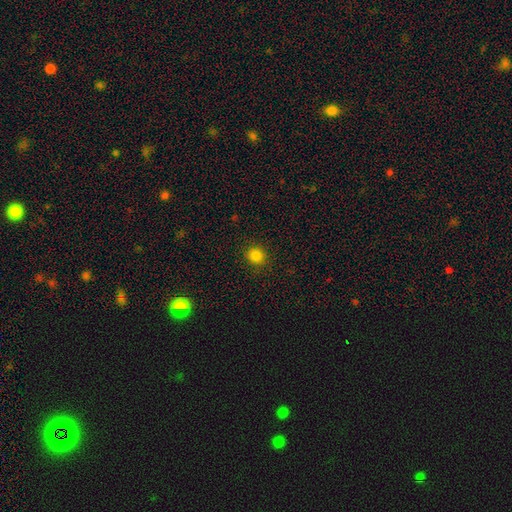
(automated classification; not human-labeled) Smooth or featured? smooth (83%)
How rounded? round (88%)
Merging? none (91%)